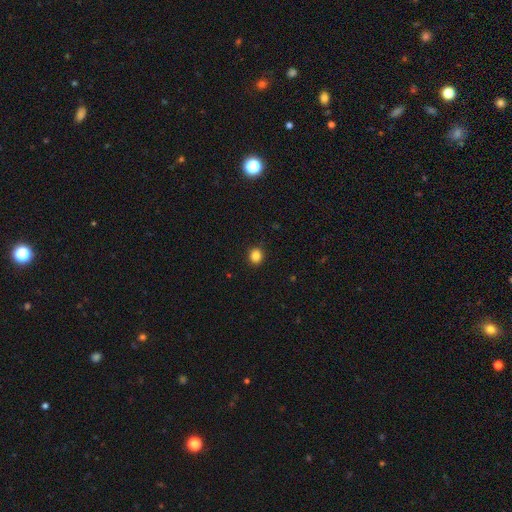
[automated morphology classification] Smooth or featured: smooth — 86% (star or artifact — 11%)
How rounded: round — 80% (in between — 19%)
Merging: none — 91% (minor disturbance — 6%)